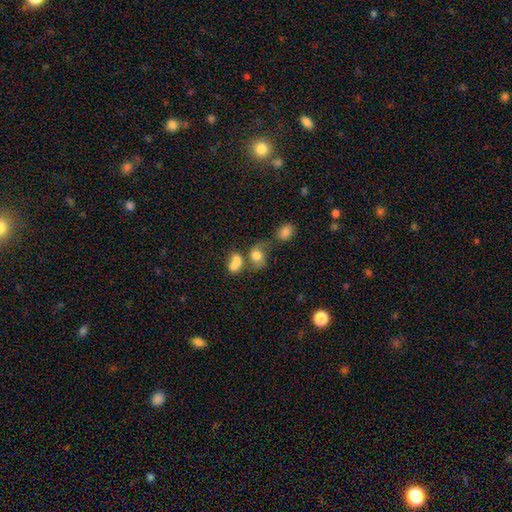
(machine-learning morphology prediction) Smooth or featured: smooth — 73% (featured or disk — 16%)
How rounded: in between — 52% (round — 47%)
Merging: merger — 54% (none — 26%)